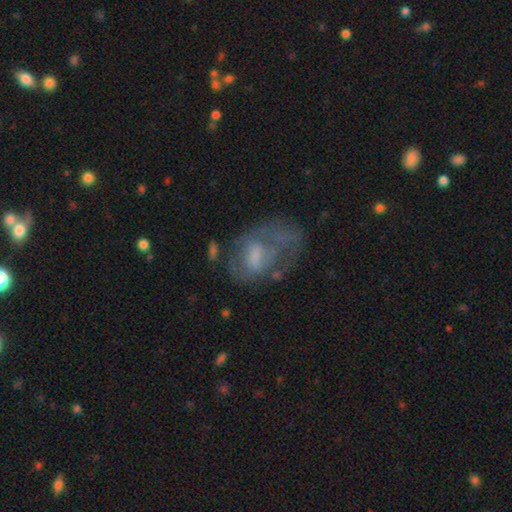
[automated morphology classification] Smooth or featured?
  - featured or disk: 51% *
  - smooth: 40%
  - star or artifact: 10%
Edge-on disk?
  - no: 96% *
  - yes: 4%
Merging?
  - major disturbance: 39% *
  - none: 32%
  - minor disturbance: 22%
  - merger: 7%